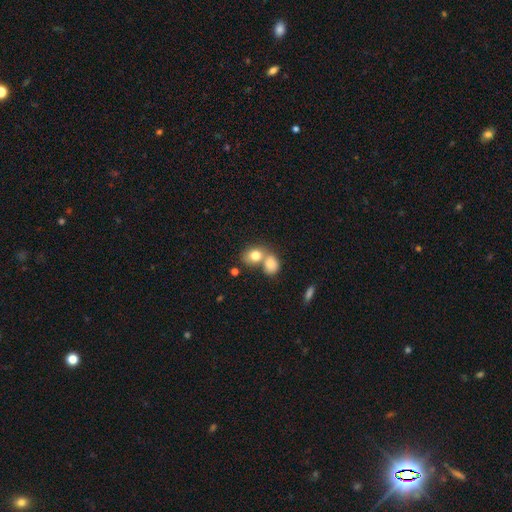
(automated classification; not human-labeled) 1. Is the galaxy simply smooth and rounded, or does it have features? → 78% smooth, 13% featured or disk, 9% star or artifact.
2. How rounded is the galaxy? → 51% round, 47% in between, 1% cigar-shaped.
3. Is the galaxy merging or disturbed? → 59% merger, 30% none, 7% minor disturbance, 3% major disturbance.